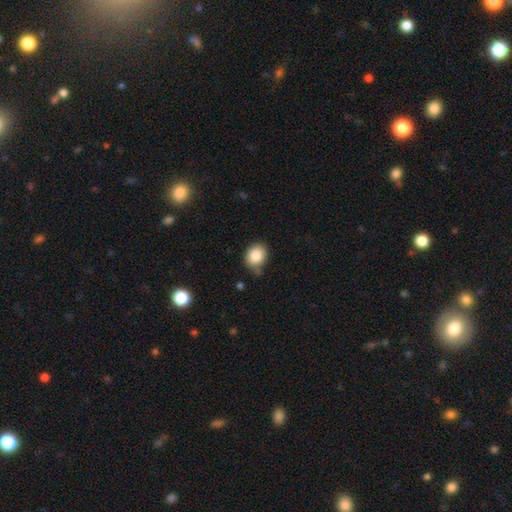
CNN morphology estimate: smooth 86%, star or artifact 9%, featured or disk 5%. Down the decision tree: how rounded — round (59%); merging — none (69%).